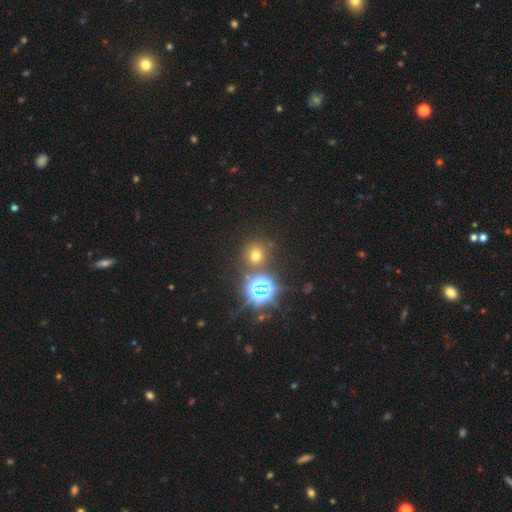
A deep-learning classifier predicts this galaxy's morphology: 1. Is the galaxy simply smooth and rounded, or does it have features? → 55% smooth, 36% star or artifact, 8% featured or disk.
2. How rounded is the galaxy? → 86% round, 13% in between, 1% cigar-shaped.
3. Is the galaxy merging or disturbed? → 80% none, 8% minor disturbance, 8% merger, 4% major disturbance.